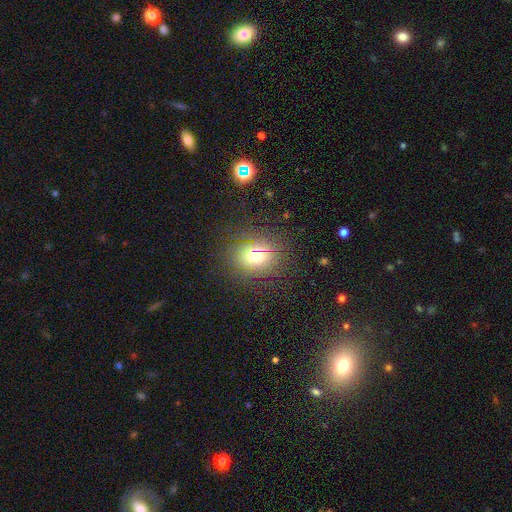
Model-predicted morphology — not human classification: This appears to be a smooth galaxy with no disk features (64%) that is round (68%). Merging: none (83%).